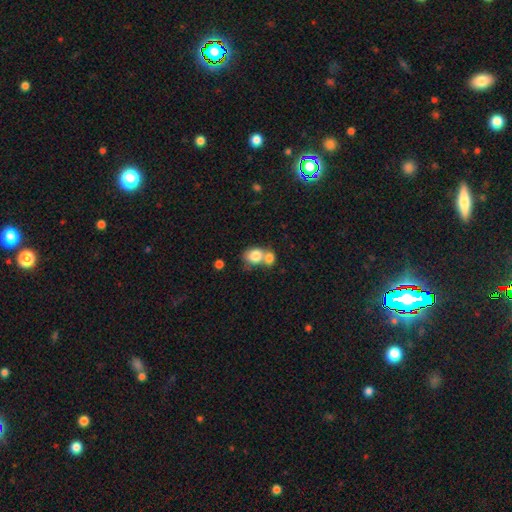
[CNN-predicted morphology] smooth_or_featured: smooth (p=0.80) [alt: featured or disk p=0.12]
how_rounded: in between (p=0.52) [alt: round p=0.46]
merging: merger (p=0.63) [alt: none p=0.25]